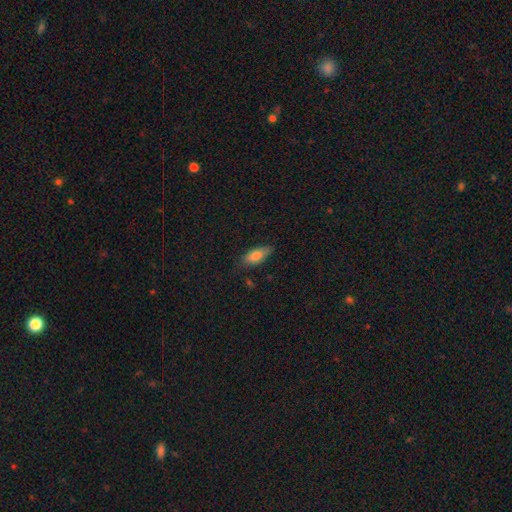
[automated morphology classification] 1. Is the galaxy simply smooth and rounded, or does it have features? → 78% smooth, 15% featured or disk, 7% star or artifact.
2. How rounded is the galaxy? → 78% in between, 19% cigar-shaped, 3% round.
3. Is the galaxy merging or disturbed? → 75% none, 19% minor disturbance, 4% major disturbance, 2% merger.